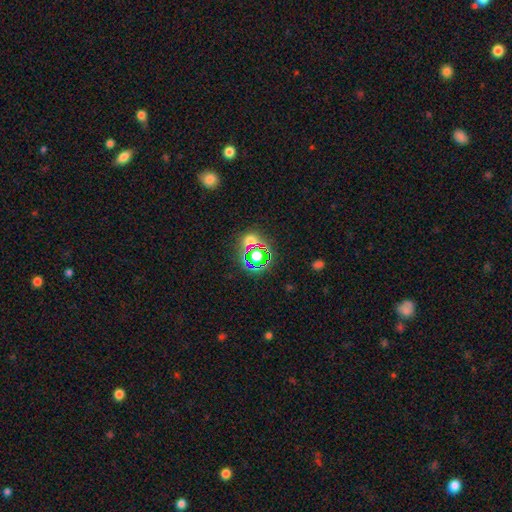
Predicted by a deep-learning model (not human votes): A star or artifact, not a galaxy (55%).

Vote fractions:
- Smooth or featured? star or artifact: 55% / smooth: 35% / featured or disk: 10%